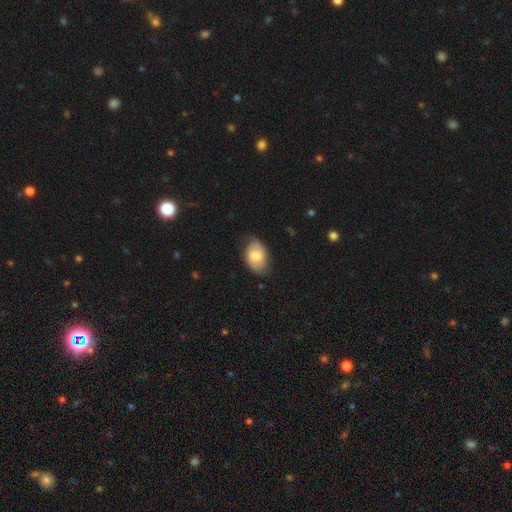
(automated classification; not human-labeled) This appears to be a smooth galaxy with no disk features (63%) that is in between round and cigar-shaped (87%). Merging: none (72%).